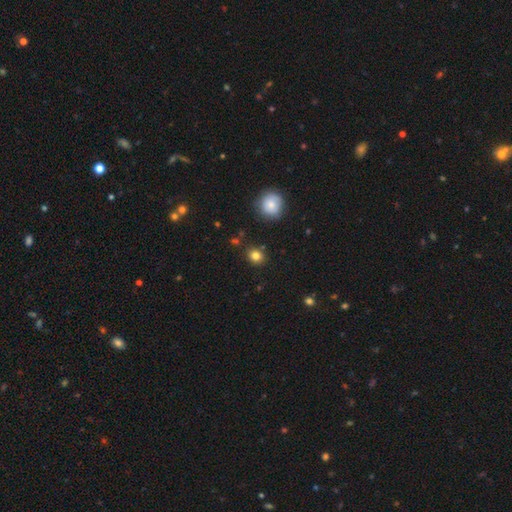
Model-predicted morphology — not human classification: This appears to be a smooth galaxy with no disk features (82%) that is round (77%). Merging: none (87%).